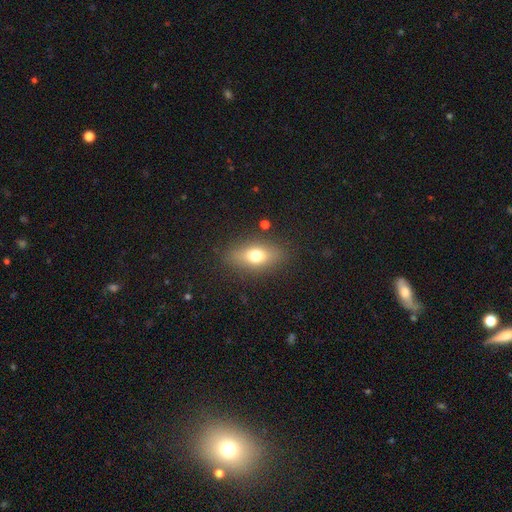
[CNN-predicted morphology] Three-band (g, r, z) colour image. It shows a smooth galaxy with no disk features (68%) that is in between round and cigar-shaped (77%). Merging: none (84%).